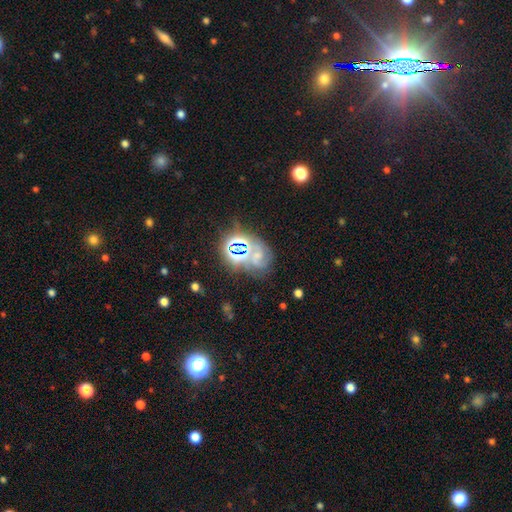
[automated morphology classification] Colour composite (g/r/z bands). It shows a star or artifact, not a galaxy (43%).